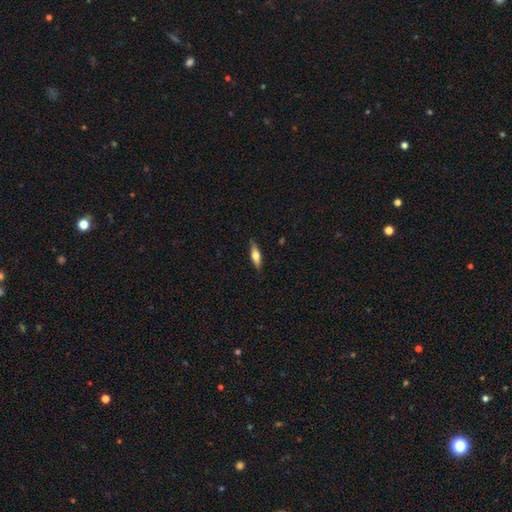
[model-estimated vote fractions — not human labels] smooth 53%, featured or disk 41%, star or artifact 6%. Down the decision tree: how rounded — cigar-shaped (53%); merging — none (85%).